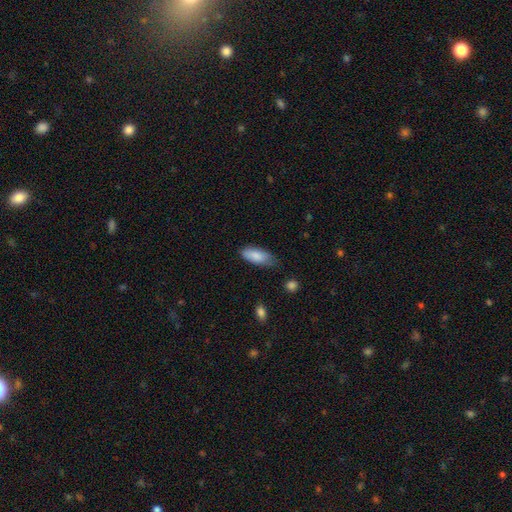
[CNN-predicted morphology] A smooth galaxy with no disk features (85%) that is in between round and cigar-shaped (81%).

Vote fractions:
- Smooth or featured? smooth: 85% / featured or disk: 9% / star or artifact: 6%
- How rounded? in between: 81% / cigar-shaped: 17% / round: 2%
- Merging? none: 63% / minor disturbance: 30% / major disturbance: 5% / merger: 2%